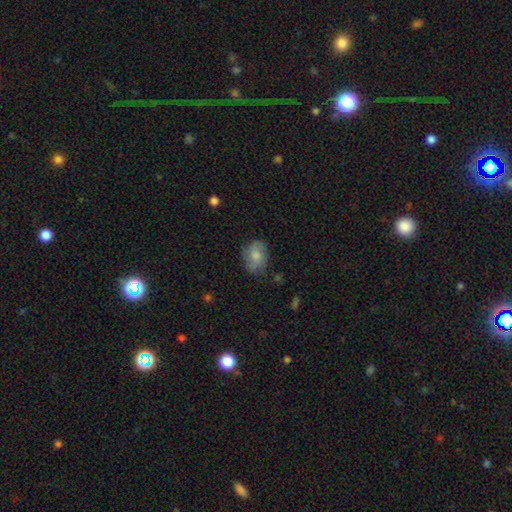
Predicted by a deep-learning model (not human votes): Smooth or featured: smooth — 74% (featured or disk — 19%)
How rounded: in between — 73% (round — 26%)
Merging: none — 67% (minor disturbance — 24%)